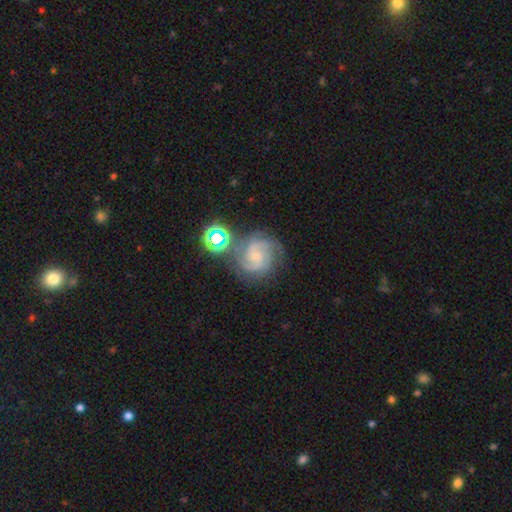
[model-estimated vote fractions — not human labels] Smooth or featured: featured or disk — 78% (smooth — 12%)
Edge-on disk: no — 98% (yes — 2%)
Bar: no — 61% (weak — 32%)
Spiral arms: yes — 96% (no — 4%)
Spiral winding: tight — 47% (medium — 43%)
Spiral arm count: 2 — 35% (3 — 33%)
Bulge size: small — 73% (moderate — 19%)
Merging: none — 67% (minor disturbance — 17%)